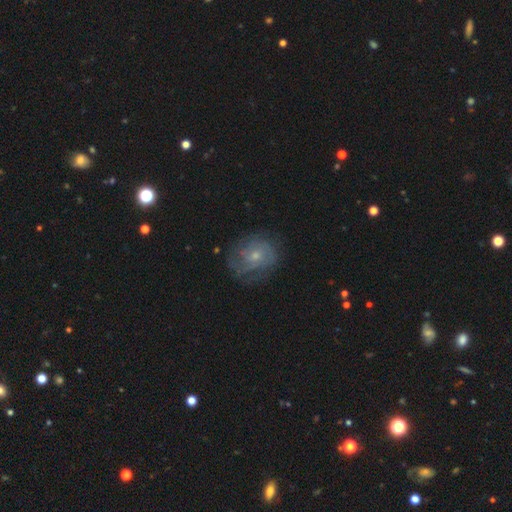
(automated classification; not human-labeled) Smooth or featured? featured or disk (60%)
Edge-on disk? no (97%)
Bar? no (76%)
Spiral arms? yes (77%)
Bulge size? small (61%)
Merging? none (66%)